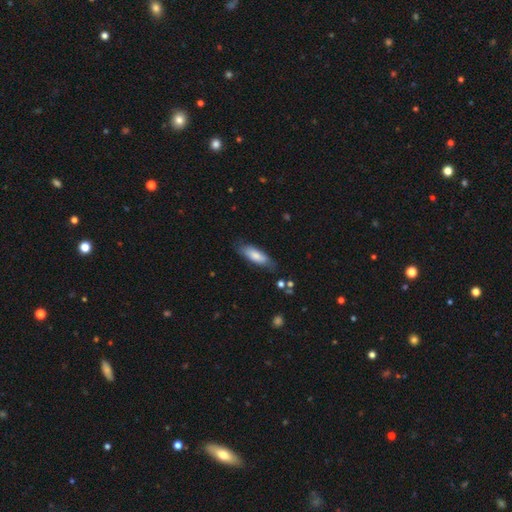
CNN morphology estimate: Smooth or featured?
  - smooth: 76% *
  - featured or disk: 18%
  - star or artifact: 6%
How rounded?
  - in between: 58% *
  - cigar-shaped: 41%
  - round: 2%
Merging?
  - none: 76% *
  - minor disturbance: 18%
  - major disturbance: 4%
  - merger: 2%